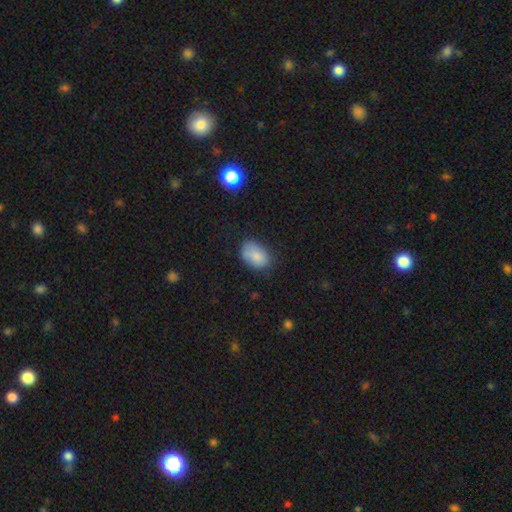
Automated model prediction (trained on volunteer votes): A smooth galaxy with no disk features (83%) that is in between round and cigar-shaped (86%).

Vote fractions:
- Smooth or featured? smooth: 83% / featured or disk: 9% / star or artifact: 8%
- How rounded? in between: 86% / round: 13% / cigar-shaped: 1%
- Merging? none: 65% / minor disturbance: 26% / major disturbance: 6% / merger: 2%